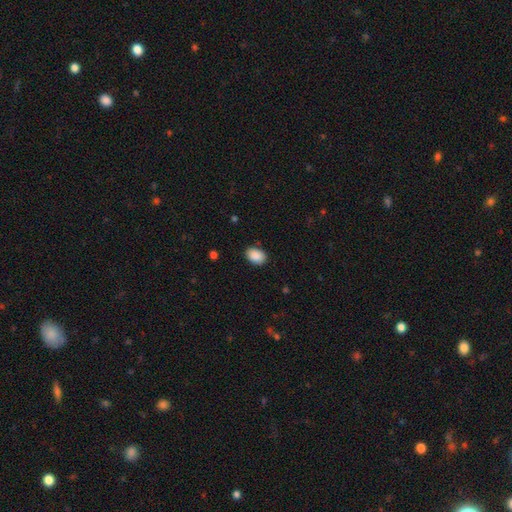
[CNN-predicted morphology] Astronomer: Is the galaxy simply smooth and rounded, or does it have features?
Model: smooth — 90%.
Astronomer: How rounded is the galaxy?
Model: in between — 83%.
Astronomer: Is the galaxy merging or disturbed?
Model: none — 85%.